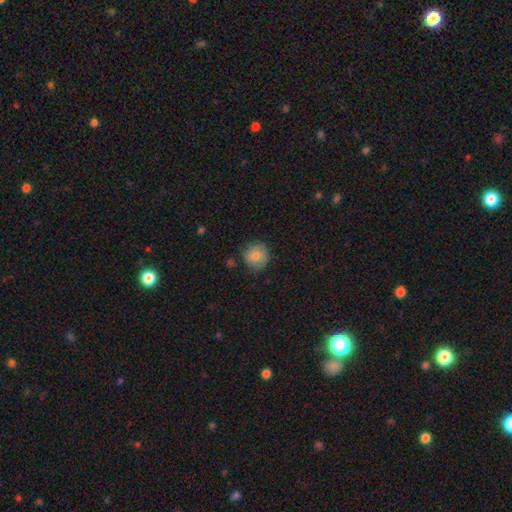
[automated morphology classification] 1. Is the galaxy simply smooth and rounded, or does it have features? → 73% smooth, 19% featured or disk, 8% star or artifact.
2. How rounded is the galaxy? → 89% round, 10% in between, 1% cigar-shaped.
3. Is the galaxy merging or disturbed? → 76% none, 18% minor disturbance, 4% major disturbance, 2% merger.